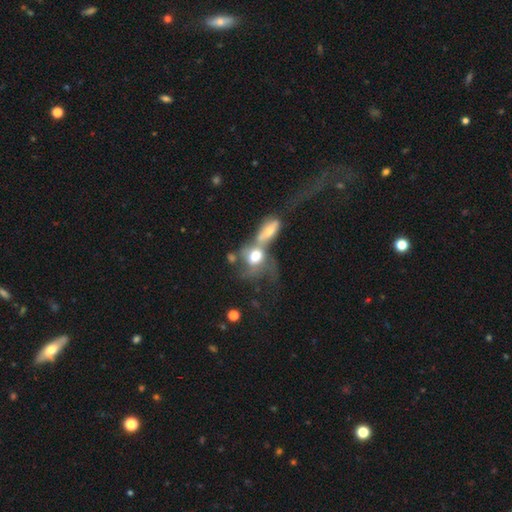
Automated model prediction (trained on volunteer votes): This is possibly a smooth galaxy (54%). How rounded: possibly in between (60%). Merging: likely merger (72%).